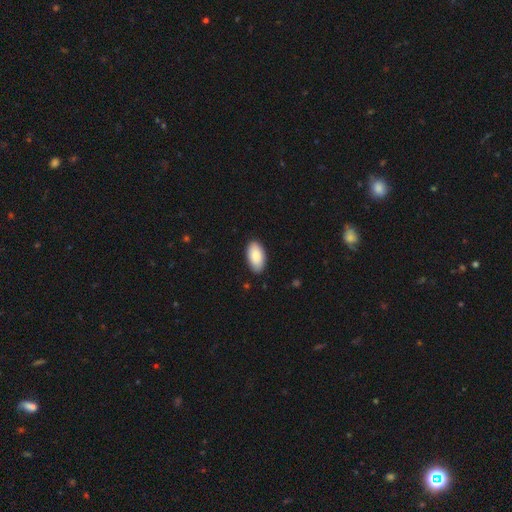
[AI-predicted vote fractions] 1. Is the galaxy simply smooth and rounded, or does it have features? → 87% smooth, 7% featured or disk, 6% star or artifact.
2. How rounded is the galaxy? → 96% in between, 2% round, 2% cigar-shaped.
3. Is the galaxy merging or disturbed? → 88% none, 10% minor disturbance, 2% major disturbance, 1% merger.